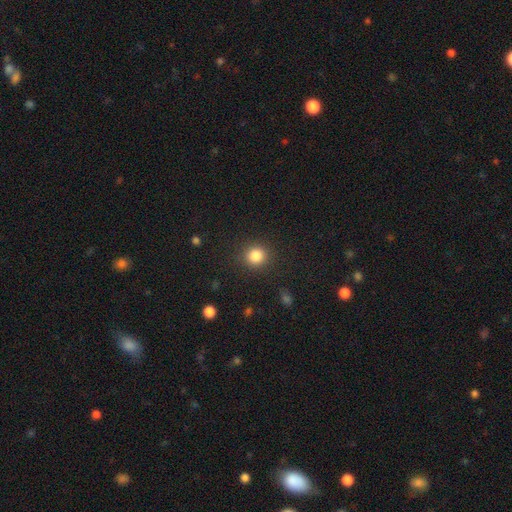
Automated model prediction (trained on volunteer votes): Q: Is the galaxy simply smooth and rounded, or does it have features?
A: smooth — 84%.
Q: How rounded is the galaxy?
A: round — 91%.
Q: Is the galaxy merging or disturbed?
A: none — 89%.